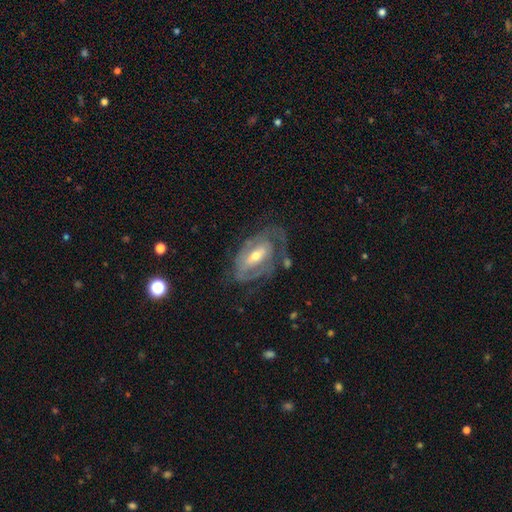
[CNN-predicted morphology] Smooth or featured?
  - featured or disk: 81% *
  - smooth: 13%
  - star or artifact: 6%
Edge-on disk?
  - no: 93% *
  - yes: 7%
Bar?
  - weak: 39% *
  - strong: 35%
  - no: 27%
Spiral arms?
  - yes: 82% *
  - no: 18%
Spiral winding?
  - tight: 56% *
  - medium: 32%
  - loose: 12%
Spiral arm count?
  - 2: 47% *
  - can't tell: 30%
  - 1: 11%
  - 3: 7%
  - 4: 2%
  - more than 4: 2%
Bulge size?
  - moderate: 55% *
  - small: 40%
  - large: 3%
  - none: 1%
  - dominant: 1%
Merging?
  - none: 58% *
  - minor disturbance: 20%
  - major disturbance: 19%
  - merger: 3%